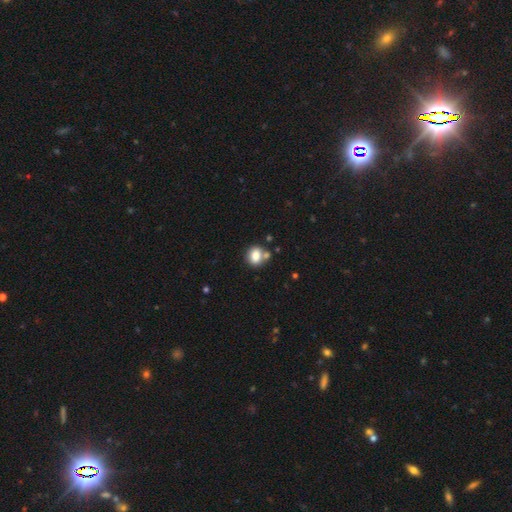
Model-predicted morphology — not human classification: type=smooth (82%); roundness=round (53%); merging=none (59%).